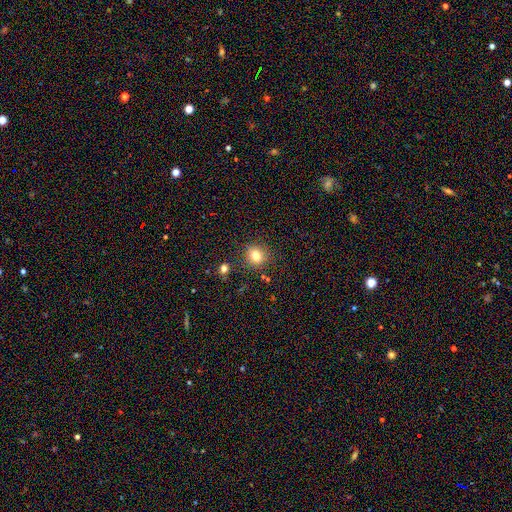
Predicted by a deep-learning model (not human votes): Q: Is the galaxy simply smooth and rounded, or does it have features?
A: smooth — 79%.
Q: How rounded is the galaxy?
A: round — 82%.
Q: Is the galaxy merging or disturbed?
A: none — 85%.